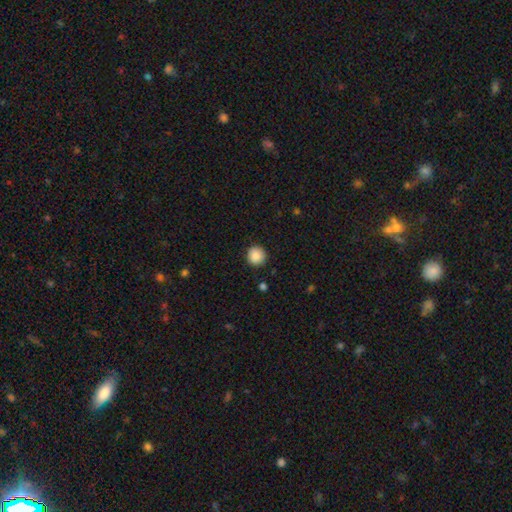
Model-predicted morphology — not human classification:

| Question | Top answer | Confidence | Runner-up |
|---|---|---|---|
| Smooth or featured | smooth | 88% | star or artifact (9%) |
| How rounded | round | 94% | in between (5%) |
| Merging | none | 91% | minor disturbance (6%) |